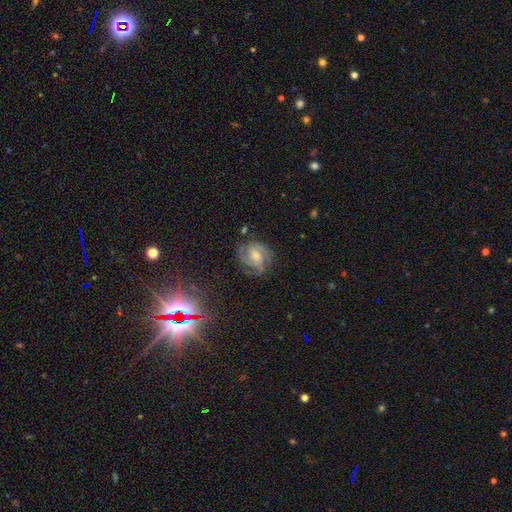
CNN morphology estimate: Overall: featured or disk (76%). Edge-on disk: no (98%). Bar: no (44%, tied with weak). Spiral arms: yes (97%). Spiral arm count: 3 (35%; 2 33%). Spiral winding: tight (56%; medium 38%). Bulge size: moderate (44%; small 42%). Merging: none (77%).